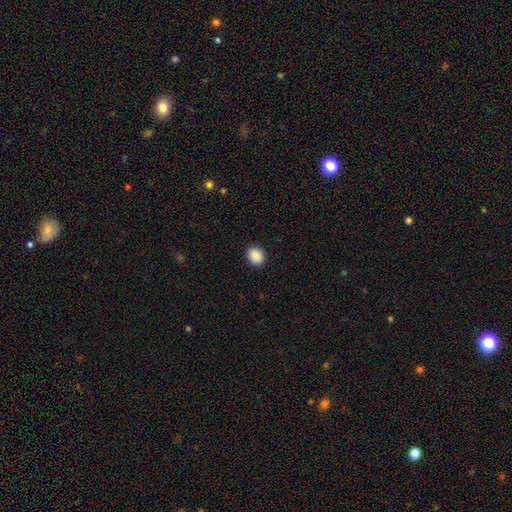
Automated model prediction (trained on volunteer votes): smooth 90%, star or artifact 8%, featured or disk 2%. Down the decision tree: how rounded — round (59%); merging — none (91%).